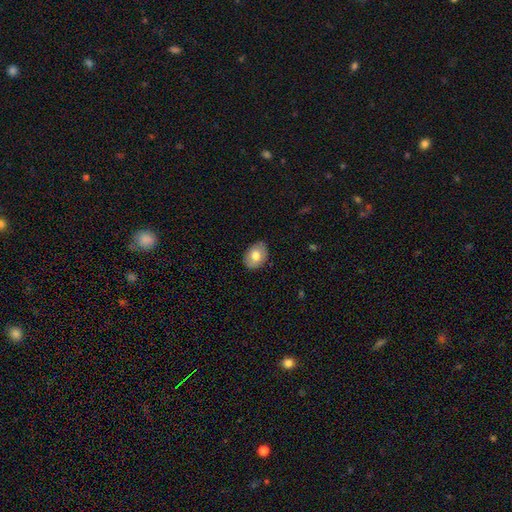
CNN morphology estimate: smooth_or_featured: smooth (p=0.76) [alt: featured or disk p=0.17]
how_rounded: in between (p=0.76) [alt: round p=0.23]
merging: none (p=0.85) [alt: minor disturbance p=0.12]